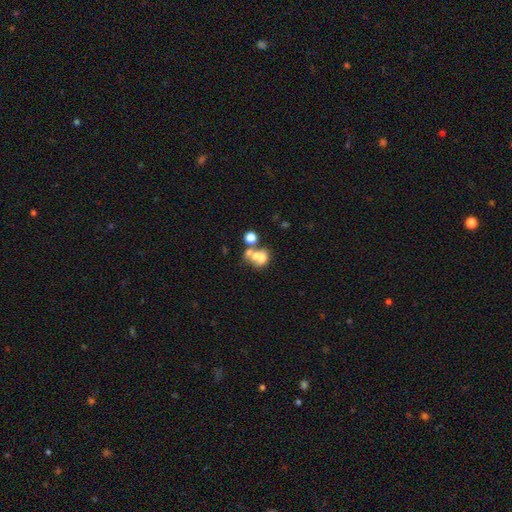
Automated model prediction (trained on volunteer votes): The model was most divided on "how rounded": round: 55%, in between: 43%, cigar-shaped: 1%. More confident: smooth or featured — smooth (59%); merging — merger (58%).